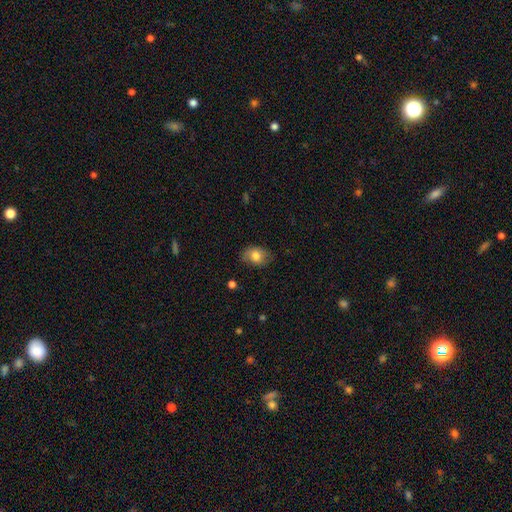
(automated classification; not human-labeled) Smooth or featured? Predicted: smooth (p=0.77). How rounded? Predicted: in between (p=0.69). Merging? Predicted: none (p=0.71).